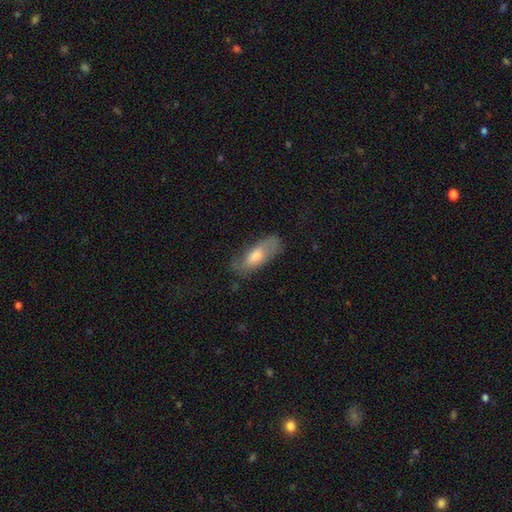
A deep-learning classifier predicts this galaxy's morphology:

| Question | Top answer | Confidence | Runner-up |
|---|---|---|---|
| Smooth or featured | smooth | 63% | featured or disk (30%) |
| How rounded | in between | 65% | cigar-shaped (32%) |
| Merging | none | 68% | minor disturbance (23%) |